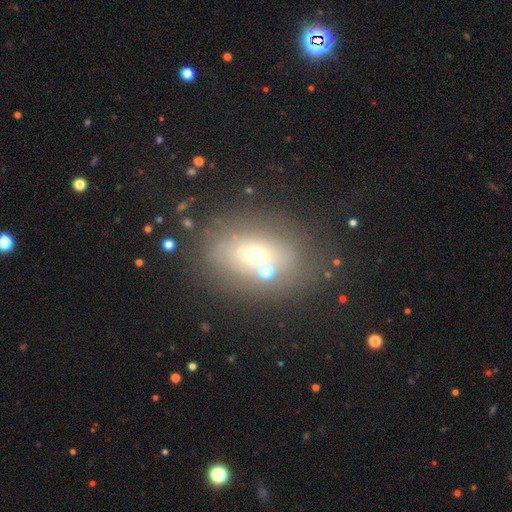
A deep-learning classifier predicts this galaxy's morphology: smooth 51%, featured or disk 27%, star or artifact 22%. Down the decision tree: how rounded — in between (62%); merging — none (59%).